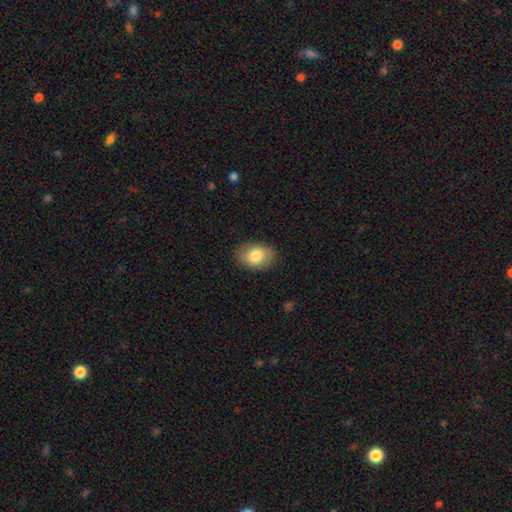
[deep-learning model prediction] A smooth galaxy with no disk features (82%) that is in between round and cigar-shaped (80%). Merging: none (86%).